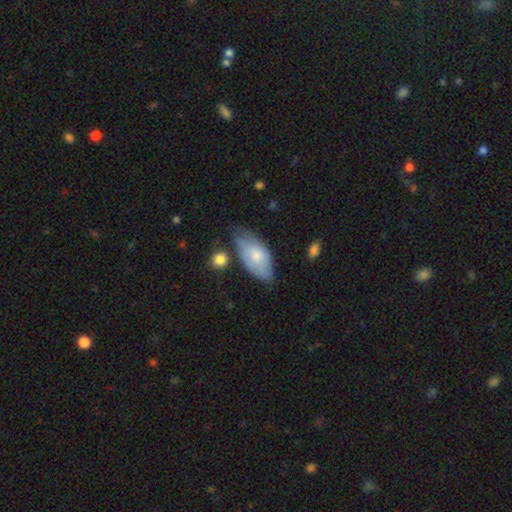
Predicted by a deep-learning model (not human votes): The model was most divided on "merging": none: 52%, minor disturbance: 35%, major disturbance: 8%, merger: 5%. More confident: how rounded — in between (92%); smooth or featured — smooth (63%).